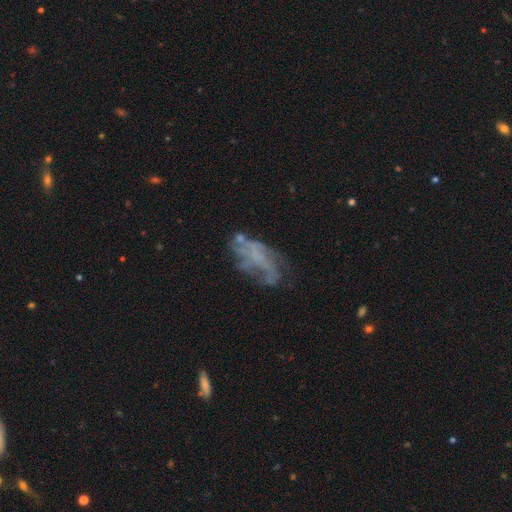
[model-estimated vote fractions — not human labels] Overall: featured or disk (64%). Edge-on disk: no (95%). Bar: no (76%). Spiral arms: no (52%; yes 48%). Bulge size: none (78%). Merging: none (44%; major disturbance 27%).